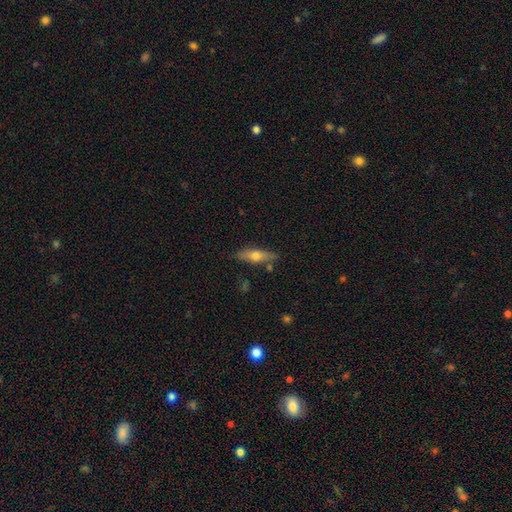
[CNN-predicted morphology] Smooth or featured: smooth — 47% (featured or disk — 46%)
Merging: none — 82% (minor disturbance — 12%)